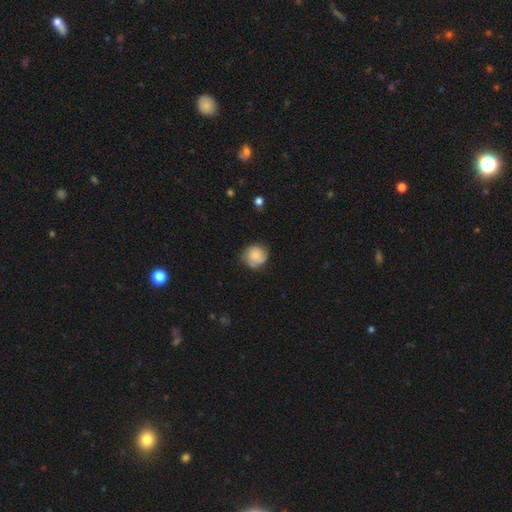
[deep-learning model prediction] Smooth or featured?
  - smooth: 63% *
  - featured or disk: 29%
  - star or artifact: 8%
How rounded?
  - round: 87% *
  - in between: 12%
  - cigar-shaped: 1%
Merging?
  - none: 69% *
  - minor disturbance: 22%
  - major disturbance: 6%
  - merger: 2%